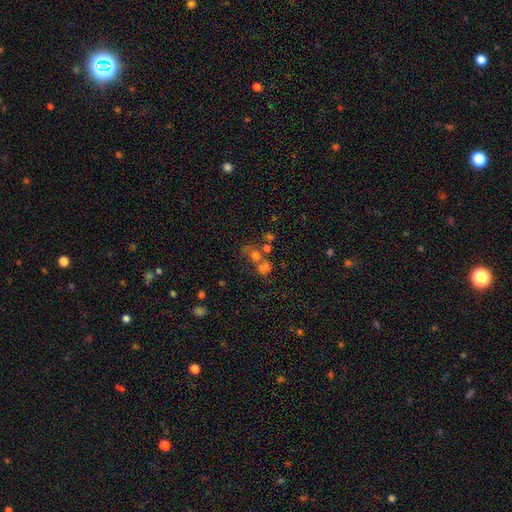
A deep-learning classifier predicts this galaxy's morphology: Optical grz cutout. It shows a smooth galaxy with no disk features (40%). Merging: none (43%).